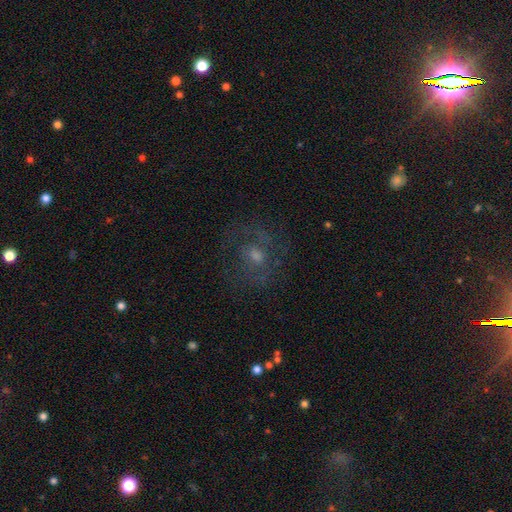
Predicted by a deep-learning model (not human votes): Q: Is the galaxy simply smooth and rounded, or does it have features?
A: featured or disk — 52%.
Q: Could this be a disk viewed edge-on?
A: no — 96%.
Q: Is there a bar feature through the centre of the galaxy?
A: no — 63%.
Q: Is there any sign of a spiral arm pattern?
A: yes — 53%.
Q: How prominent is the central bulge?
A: moderate — 50%.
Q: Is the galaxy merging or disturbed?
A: none — 66%.